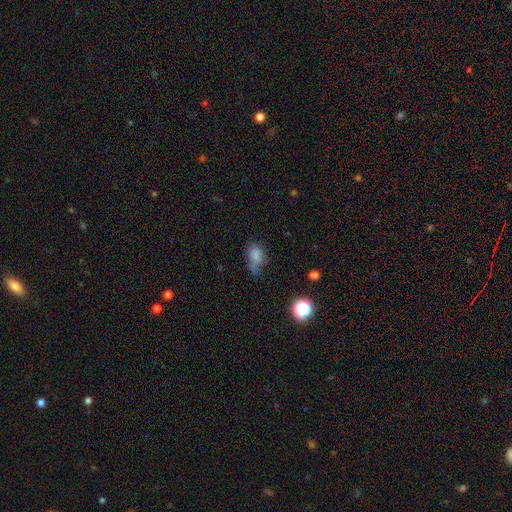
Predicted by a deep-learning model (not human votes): Q: Smooth or featured?
A: smooth (75%); runner-up: star or artifact (14%)
Q: How rounded?
A: in between (82%); runner-up: round (14%)
Q: Merging?
A: minor disturbance (37%); runner-up: none (33%)